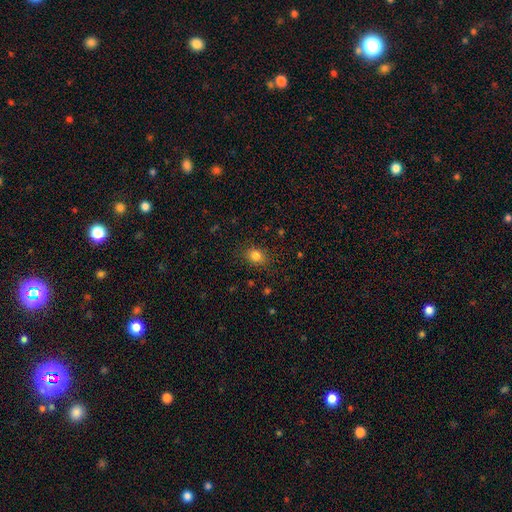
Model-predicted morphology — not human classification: smooth_or_featured: smooth (p=0.82) [alt: star or artifact p=0.12]
how_rounded: round (p=0.53) [alt: in between p=0.46]
merging: none (p=0.85) [alt: minor disturbance p=0.10]